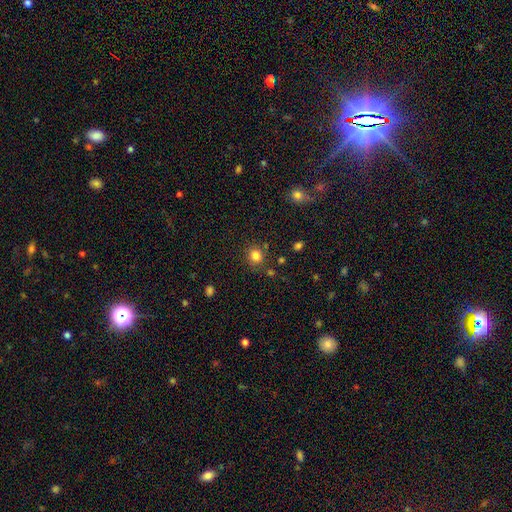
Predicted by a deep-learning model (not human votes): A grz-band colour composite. It shows a smooth galaxy with no disk features (82%) that is round (86%). Merging: none (80%).